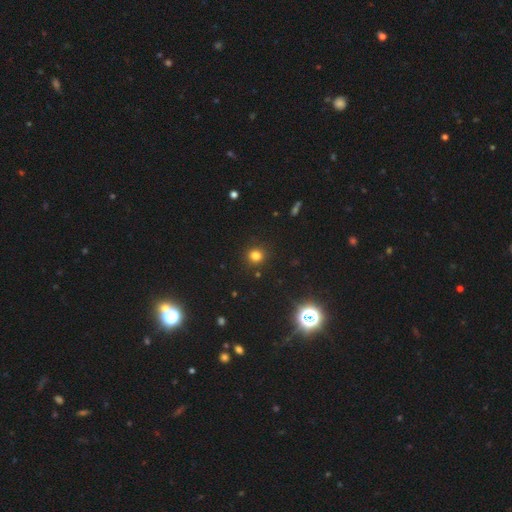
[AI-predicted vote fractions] This appears to be a smooth galaxy with no disk features (78%) that is round (86%). Merging: none (89%).